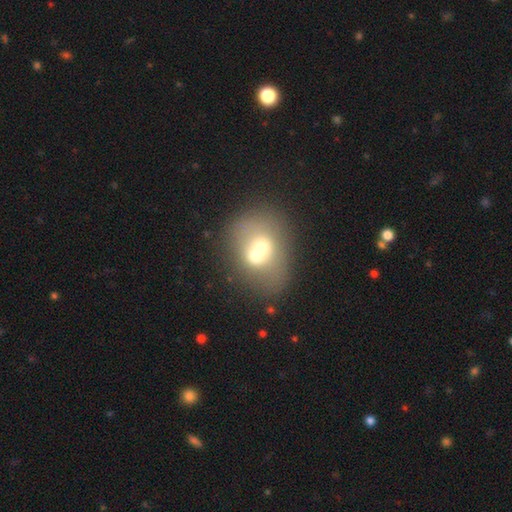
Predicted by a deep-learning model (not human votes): Overall: smooth (56%; featured or disk 32%). How rounded: round (57%; in between 42%). Merging: merger (64%; none 25%).